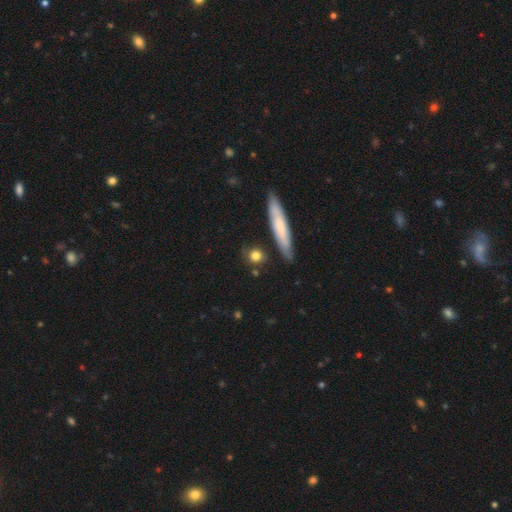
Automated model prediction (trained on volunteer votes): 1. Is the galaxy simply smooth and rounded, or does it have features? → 79% smooth, 13% featured or disk, 8% star or artifact.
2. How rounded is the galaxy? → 62% round, 20% cigar-shaped, 18% in between.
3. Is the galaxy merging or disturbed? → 81% none, 11% minor disturbance, 5% merger, 3% major disturbance.